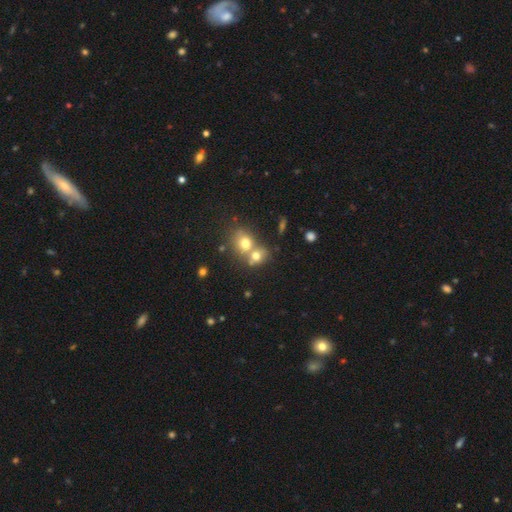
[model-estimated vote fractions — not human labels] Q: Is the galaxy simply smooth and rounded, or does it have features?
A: smooth — 70%.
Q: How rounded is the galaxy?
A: round — 63%.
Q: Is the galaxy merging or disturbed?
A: merger — 56%.